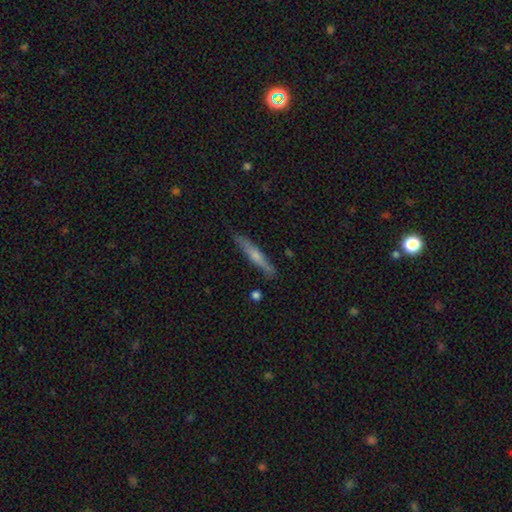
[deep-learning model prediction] Smooth or featured? Predicted: featured or disk (p=0.47, tied with smooth). Merging? Predicted: none (p=0.86).